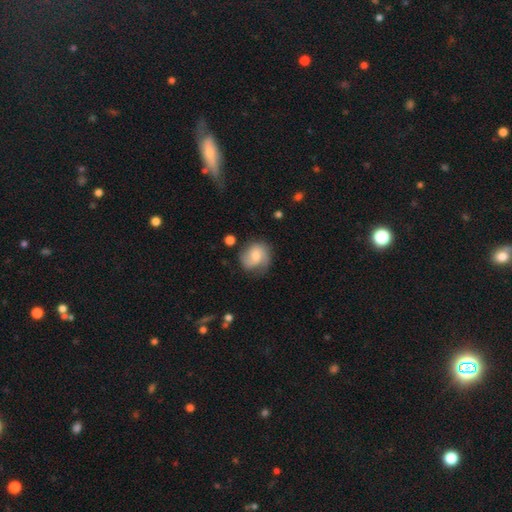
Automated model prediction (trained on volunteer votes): Smooth or featured?
  - smooth: 49% *
  - featured or disk: 43%
  - star or artifact: 8%
Merging?
  - none: 59% *
  - minor disturbance: 27%
  - major disturbance: 11%
  - merger: 3%